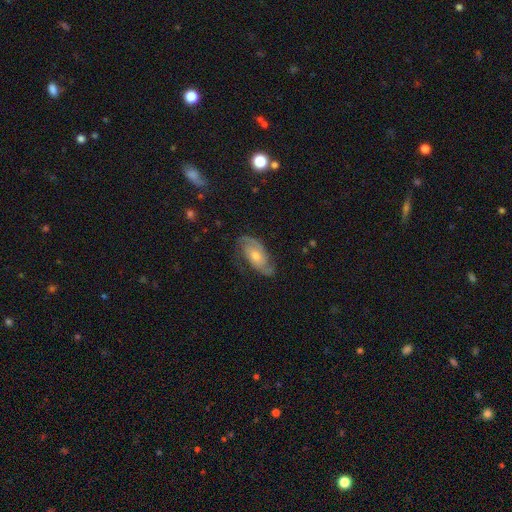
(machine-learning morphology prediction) The model was most divided on "spiral winding": medium: 46%, tight: 39%, loose: 16%. More confident: spiral arms — yes (95%); edge-on disk — no (95%); spiral arm count — 2 (83%); smooth or featured — featured or disk (81%); merging — none (75%); bar — no (65%); bulge size — moderate (56%).